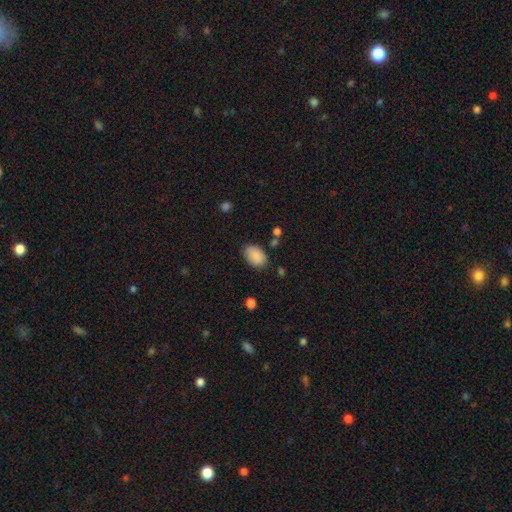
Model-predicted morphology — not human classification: Smooth or featured: smooth — 89% (star or artifact — 7%)
How rounded: in between — 88% (round — 11%)
Merging: none — 81% (minor disturbance — 13%)